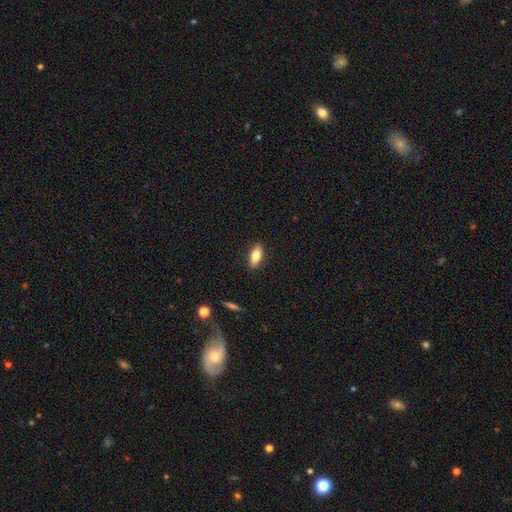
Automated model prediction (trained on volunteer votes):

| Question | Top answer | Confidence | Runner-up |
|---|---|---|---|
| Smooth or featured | smooth | 76% | featured or disk (17%) |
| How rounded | in between | 82% | cigar-shaped (15%) |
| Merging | none | 89% | minor disturbance (8%) |